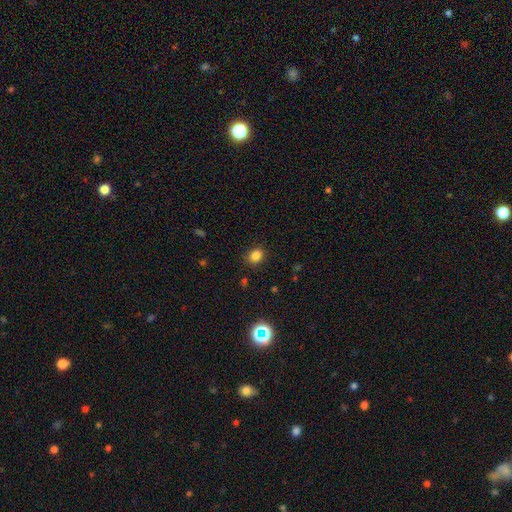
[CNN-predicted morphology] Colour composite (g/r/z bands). It shows a smooth galaxy with no disk features (82%) that is round (63%). Merging: none (87%).